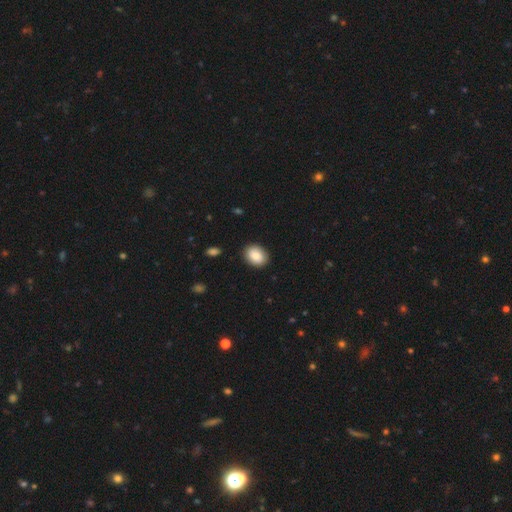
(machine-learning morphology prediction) smooth_or_featured: smooth (p=0.87) [alt: star or artifact p=0.07]
how_rounded: in between (p=0.68) [alt: round p=0.31]
merging: none (p=0.89) [alt: minor disturbance p=0.08]